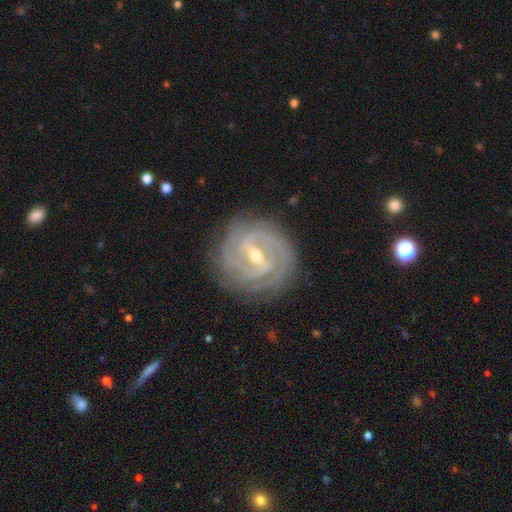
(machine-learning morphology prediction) A featured or disk galaxy (91%) with a strong bar (48%), 2 (28%) tight (74%) spiral arms (97%) and a moderate central bulge (52%).

Vote fractions:
- Smooth or featured? featured or disk: 91% / star or artifact: 4% / smooth: 4%
- Edge-on disk? no: 97% / yes: 3%
- Bar? strong: 48% / weak: 42% / no: 10%
- Spiral arms? yes: 97% / no: 3%
- Spiral winding? tight: 74% / medium: 22% / loose: 4%
- Spiral arm count? 2: 28% / 3: 27% / can't tell: 18% / 4: 14% / more than 4: 6% / 1: 6%
- Bulge size? moderate: 52% / small: 45% / large: 2% / none: 1% / dominant: 1%
- Merging? none: 83% / minor disturbance: 12% / major disturbance: 4% / merger: 1%